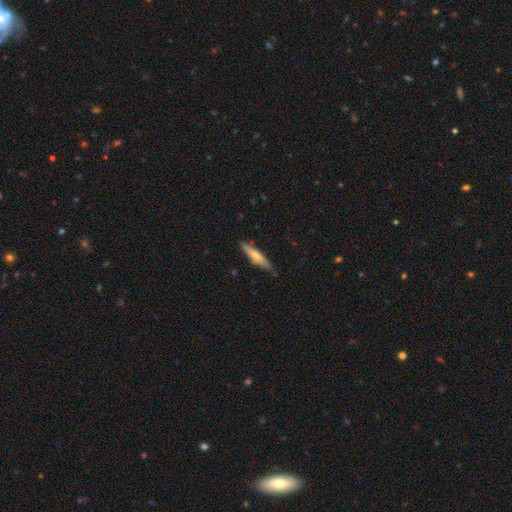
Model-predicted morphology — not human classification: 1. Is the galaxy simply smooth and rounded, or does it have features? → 48% smooth, 47% featured or disk, 6% star or artifact.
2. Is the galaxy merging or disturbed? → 78% none, 18% minor disturbance, 2% major disturbance, 2% merger.